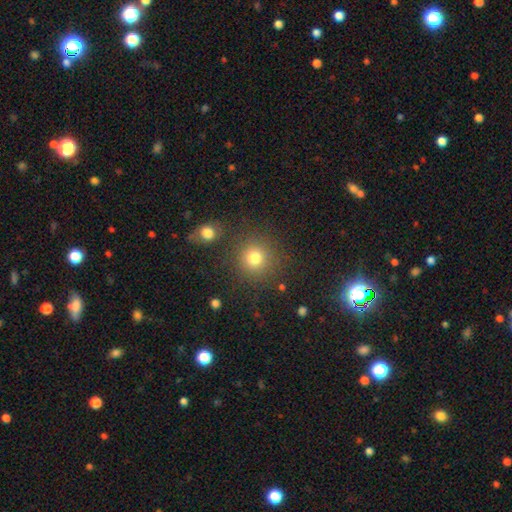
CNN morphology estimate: The model was most divided on "smooth or featured": smooth: 78%, star or artifact: 15%, featured or disk: 7%. More confident: how rounded — round (91%); merging — none (83%).